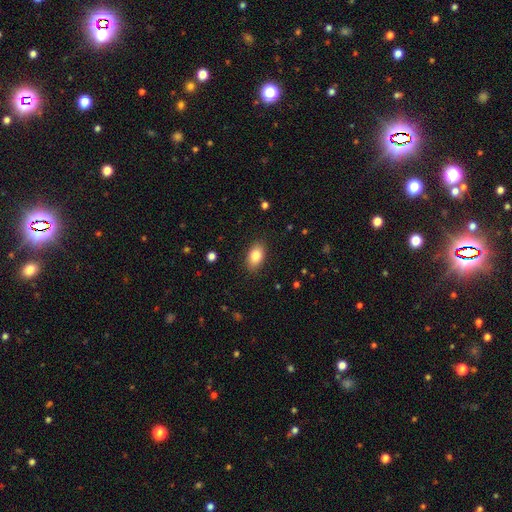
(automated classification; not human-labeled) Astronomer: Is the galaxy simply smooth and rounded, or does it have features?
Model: smooth — 85%.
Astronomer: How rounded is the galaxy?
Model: in between — 90%.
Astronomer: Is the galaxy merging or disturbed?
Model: none — 87%.